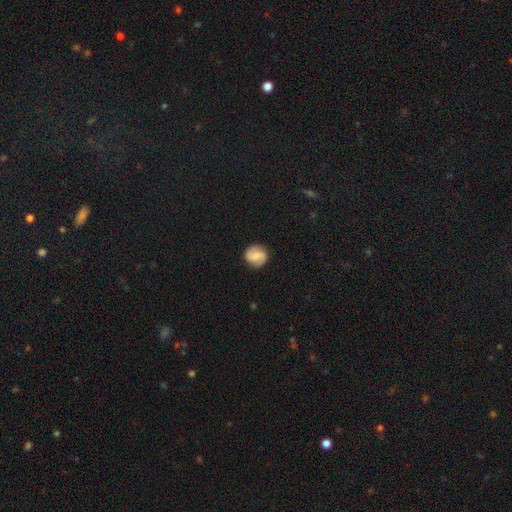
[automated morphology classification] This appears to be a featured or disk galaxy (56%) with a weak bar (47%), 2 (90%) medium (46%) spiral arms (93%) and a small central bulge (45%). Merging: none (87%).